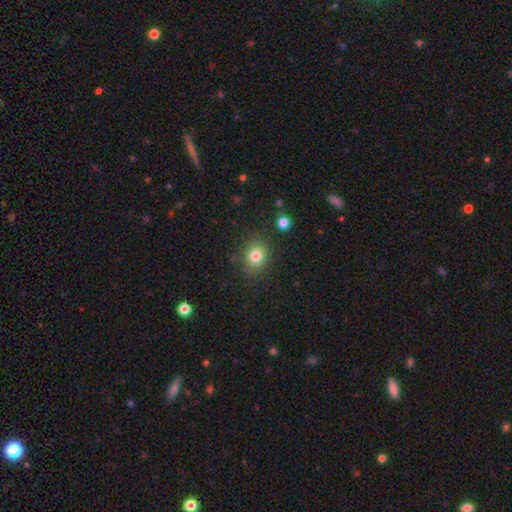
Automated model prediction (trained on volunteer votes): smooth 80%, star or artifact 13%, featured or disk 8%. Down the decision tree: how rounded — round (65%); merging — none (83%).